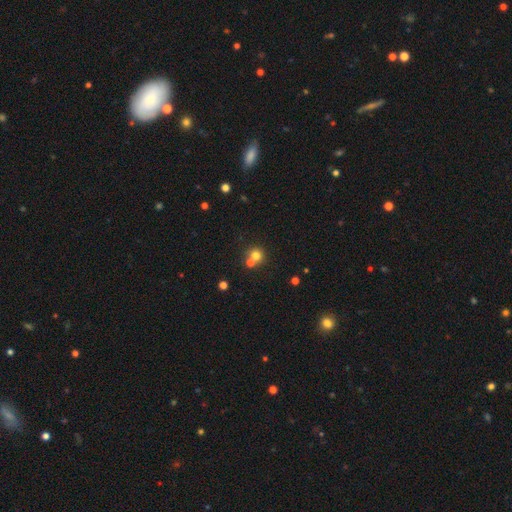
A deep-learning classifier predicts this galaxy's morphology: Q: Smooth or featured?
A: smooth (73%); runner-up: star or artifact (16%)
Q: How rounded?
A: round (89%); runner-up: in between (10%)
Q: Merging?
A: none (54%); runner-up: merger (37%)